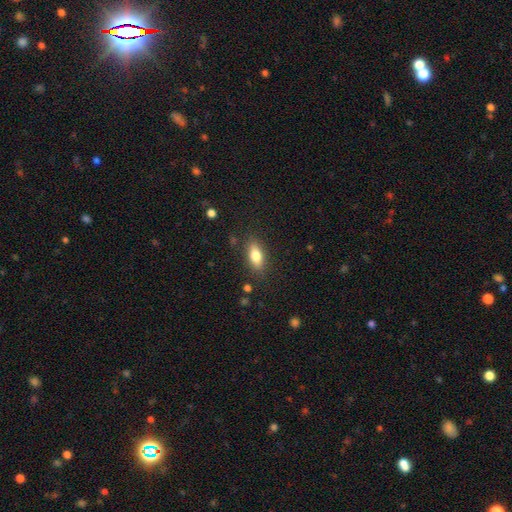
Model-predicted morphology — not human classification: The model was most divided on "smooth or featured": smooth: 76%, featured or disk: 16%, star or artifact: 8%. More confident: merging — none (83%); how rounded — in between (78%).